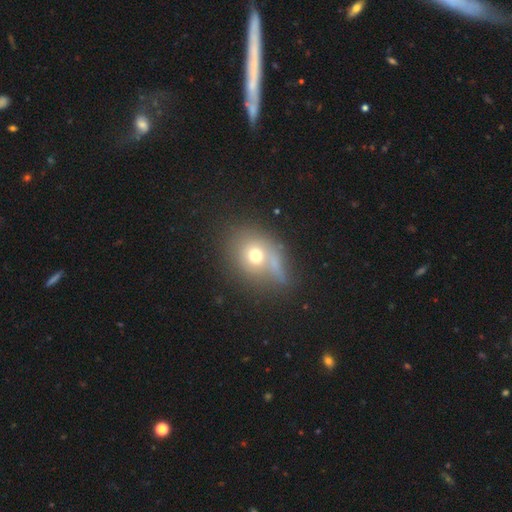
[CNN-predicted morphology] smooth 65%, featured or disk 21%, star or artifact 14%. Down the decision tree: how rounded — round (66%); merging — none (49%).